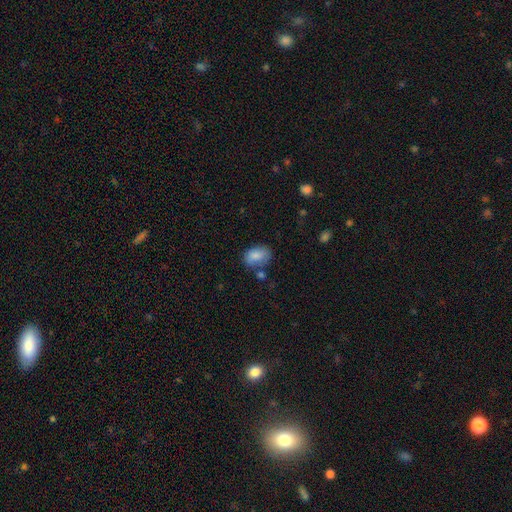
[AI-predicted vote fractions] The model was most divided on "merging": none: 61%, minor disturbance: 23%, merger: 10%, major disturbance: 7%. More confident: how rounded — in between (84%); smooth or featured — smooth (84%).